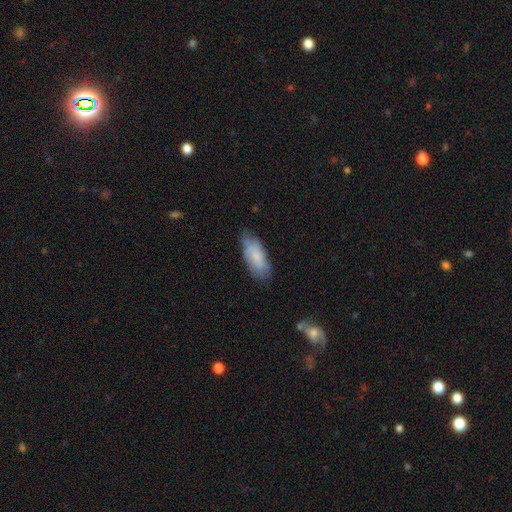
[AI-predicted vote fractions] This is likely a smooth galaxy (71%). How rounded: clearly in between (82%). Merging: likely none (65%).